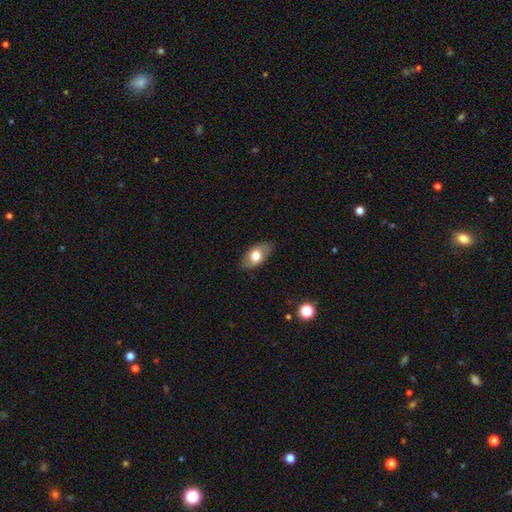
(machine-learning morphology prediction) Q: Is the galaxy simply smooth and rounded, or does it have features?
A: smooth — 68%.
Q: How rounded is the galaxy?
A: in between — 91%.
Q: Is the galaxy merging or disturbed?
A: none — 82%.